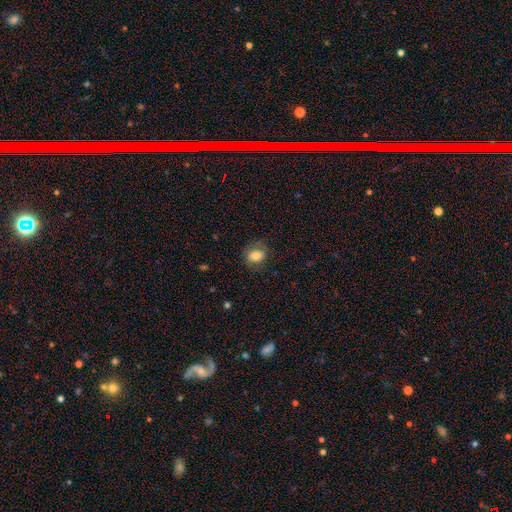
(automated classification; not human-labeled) A smooth galaxy with no disk features (77%) that is in between round and cigar-shaped (58%). Merging: none (70%).